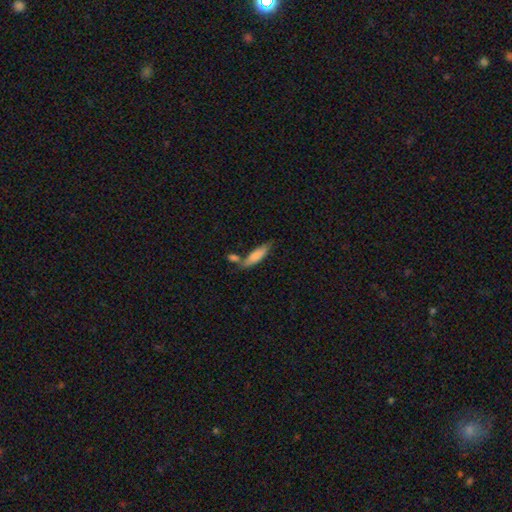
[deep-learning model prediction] smooth 79%, featured or disk 15%, star or artifact 6%. Down the decision tree: how rounded — cigar-shaped (55%); merging — none (48%).